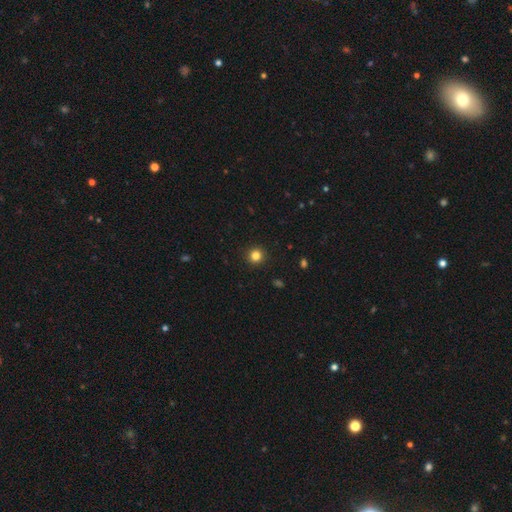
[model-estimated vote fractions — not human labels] smooth-or-featured: smooth: 83% | star or artifact: 12% | featured or disk: 5%
  how-rounded: round: 94% | in between: 5% | cigar-shaped: 1%
  merging: none: 93% | minor disturbance: 5% | major disturbance: 2% | merger: 1%